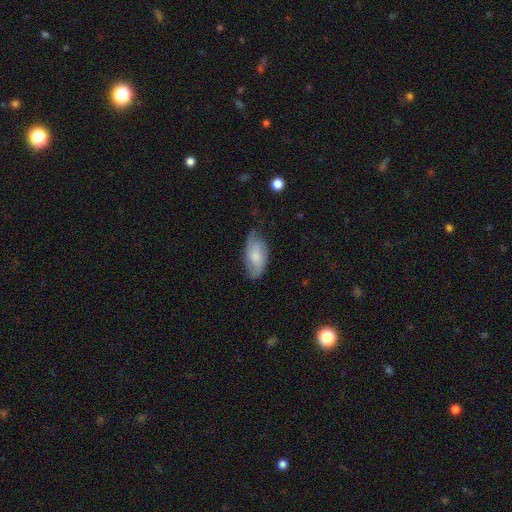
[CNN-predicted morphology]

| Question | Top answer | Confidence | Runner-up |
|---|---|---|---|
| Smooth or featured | smooth | 56% | featured or disk (37%) |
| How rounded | in between | 92% | round (4%) |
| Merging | none | 54% | minor disturbance (33%) |